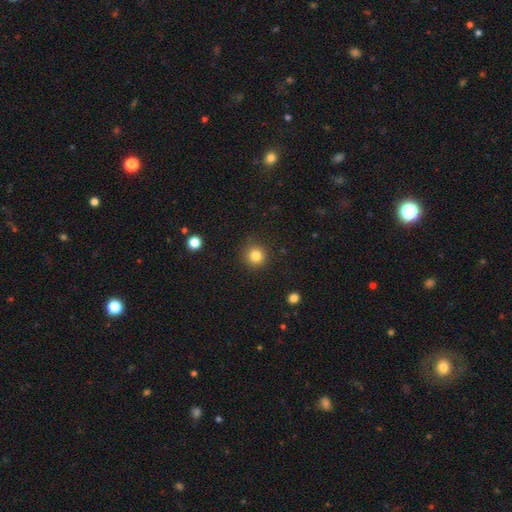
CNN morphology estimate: Smooth or featured?
  - smooth: 84% *
  - star or artifact: 11%
  - featured or disk: 5%
How rounded?
  - round: 93% *
  - in between: 6%
  - cigar-shaped: 1%
Merging?
  - none: 88% *
  - minor disturbance: 8%
  - major disturbance: 3%
  - merger: 1%